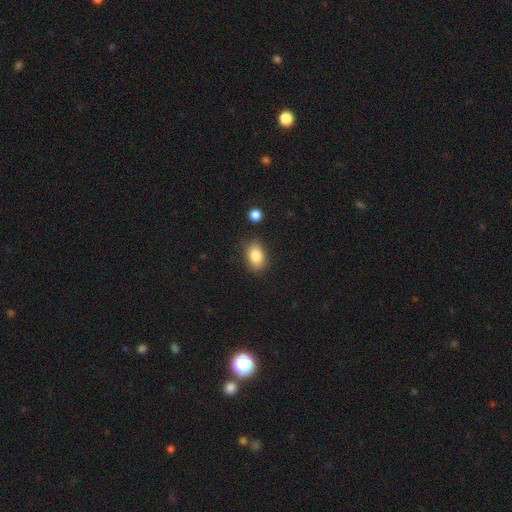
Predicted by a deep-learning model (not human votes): Smooth or featured?
  - smooth: 85% *
  - star or artifact: 8%
  - featured or disk: 7%
How rounded?
  - in between: 85% *
  - round: 13%
  - cigar-shaped: 2%
Merging?
  - none: 81% *
  - minor disturbance: 13%
  - major disturbance: 3%
  - merger: 3%